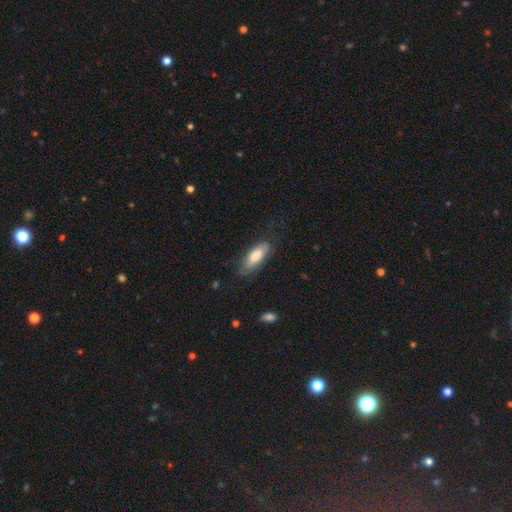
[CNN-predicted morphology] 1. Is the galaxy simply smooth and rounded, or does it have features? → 73% smooth, 21% featured or disk, 6% star or artifact.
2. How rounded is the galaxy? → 67% in between, 32% cigar-shaped, 2% round.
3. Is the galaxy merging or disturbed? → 69% none, 21% minor disturbance, 8% major disturbance, 1% merger.